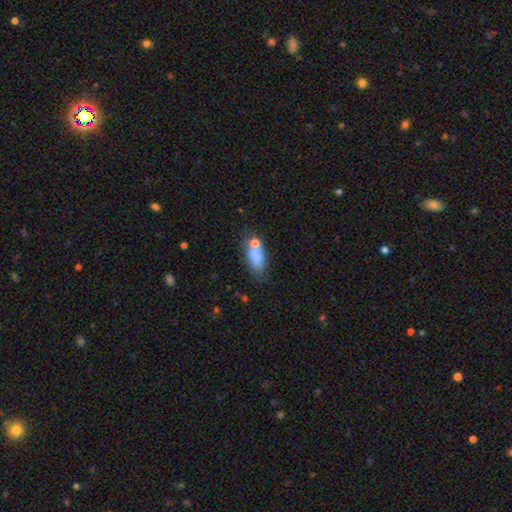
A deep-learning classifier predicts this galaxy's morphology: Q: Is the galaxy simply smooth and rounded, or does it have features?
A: smooth — 75%.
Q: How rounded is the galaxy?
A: in between — 83%.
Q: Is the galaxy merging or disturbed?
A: none — 53%.